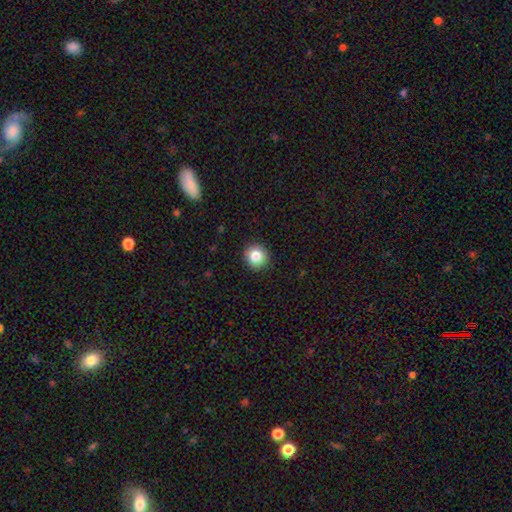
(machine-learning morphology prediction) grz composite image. It shows a smooth galaxy with no disk features (83%) that is round (93%). Merging: none (91%).